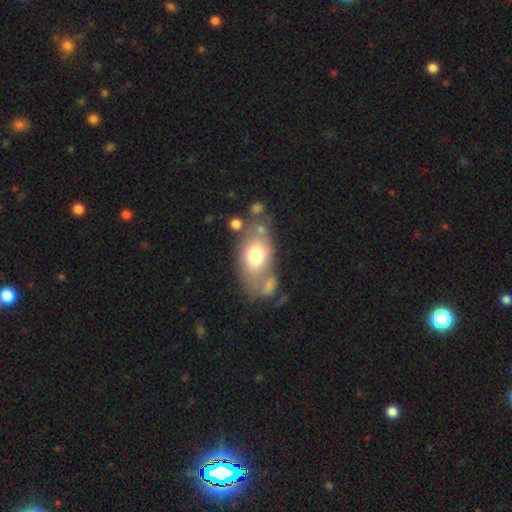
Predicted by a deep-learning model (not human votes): This is likely a smooth galaxy (65%). How rounded: clearly in between (84%). Merging: possibly none (46%).